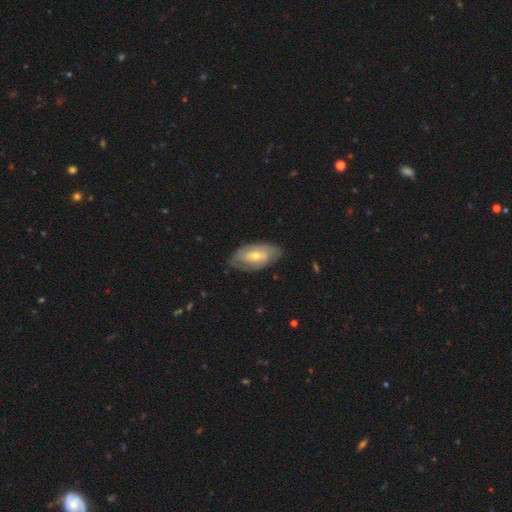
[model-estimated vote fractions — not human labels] smooth_or_featured: featured or disk (p=0.63) [alt: smooth p=0.30]
disk_edge_on: no (p=0.90) [alt: yes p=0.10]
bar: no (p=0.54) [alt: weak p=0.35]
has_spiral_arms: yes (p=0.76) [alt: no p=0.24]
bulge_size: moderate (p=0.51) [alt: small p=0.45]
merging: none (p=0.77) [alt: minor disturbance p=0.18]